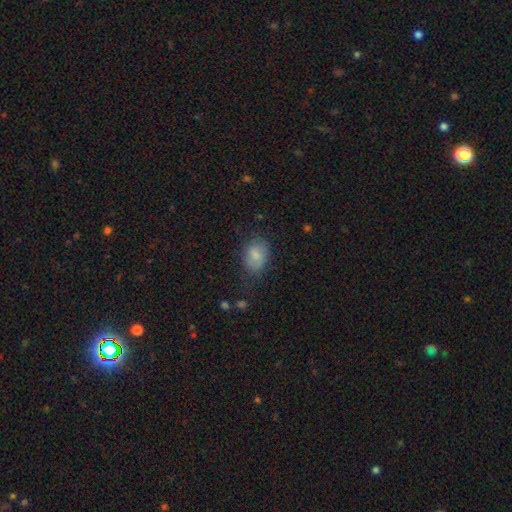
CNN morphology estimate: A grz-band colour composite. It shows a smooth galaxy with no disk features (82%) that is in between round and cigar-shaped (74%). Merging: none (69%).